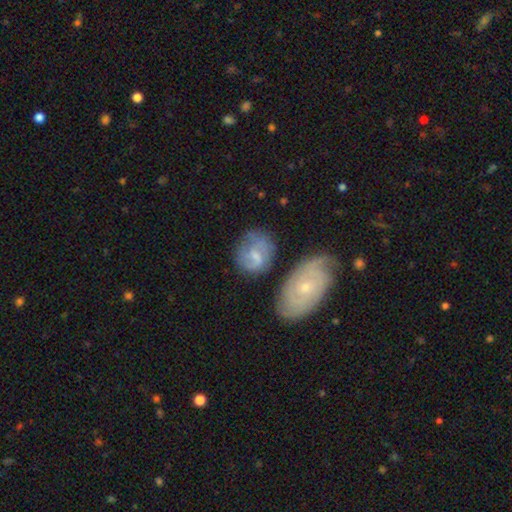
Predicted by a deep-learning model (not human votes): Smooth or featured: featured or disk — 50% (smooth — 43%)
Edge-on disk: no — 96% (yes — 4%)
Merging: none — 52% (minor disturbance — 23%)